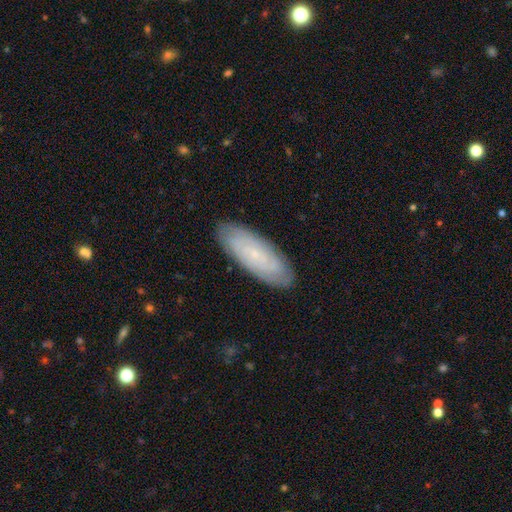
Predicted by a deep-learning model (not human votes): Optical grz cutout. It shows a smooth galaxy with no disk features (47%). Merging: none (87%).